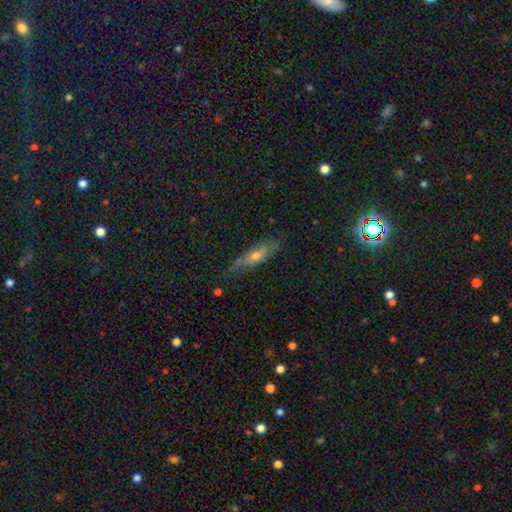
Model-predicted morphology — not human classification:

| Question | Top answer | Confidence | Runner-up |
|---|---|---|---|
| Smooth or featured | featured or disk | 48% | smooth (41%) |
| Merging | none | 68% | minor disturbance (23%) |